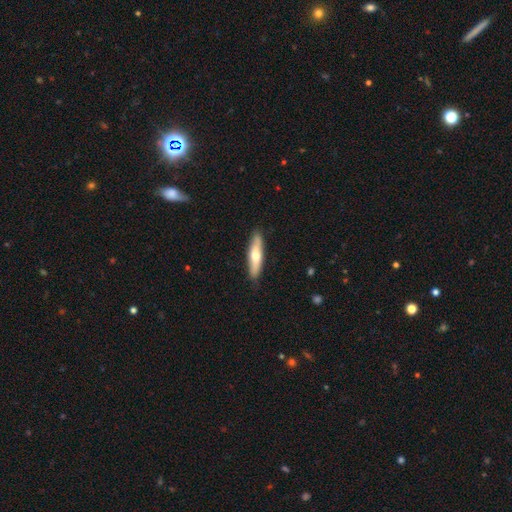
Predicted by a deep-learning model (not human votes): The model was most divided on "smooth or featured": smooth: 56%, featured or disk: 39%, star or artifact: 5%. More confident: merging — none (88%); how rounded — cigar-shaped (75%).